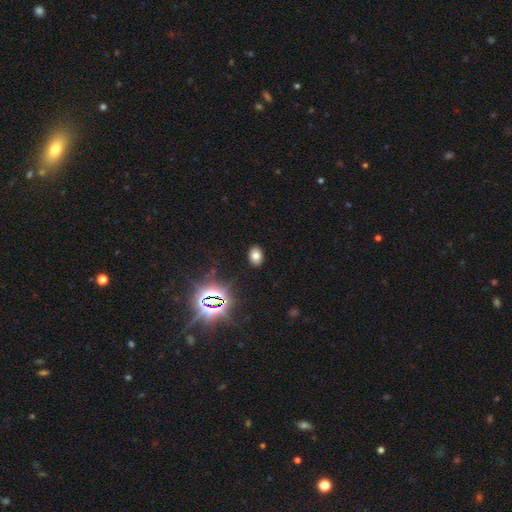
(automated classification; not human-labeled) smooth_or_featured: smooth (p=0.73) [alt: star or artifact p=0.19]
how_rounded: in between (p=0.78) [alt: round p=0.21]
merging: none (p=0.89) [alt: minor disturbance p=0.08]